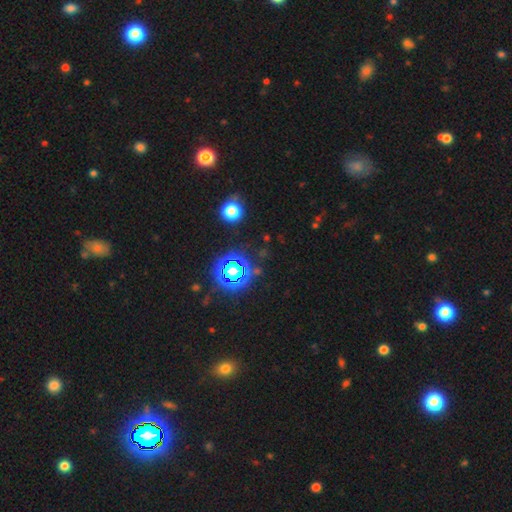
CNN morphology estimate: Smooth or featured: star or artifact — 76% (smooth — 16%)